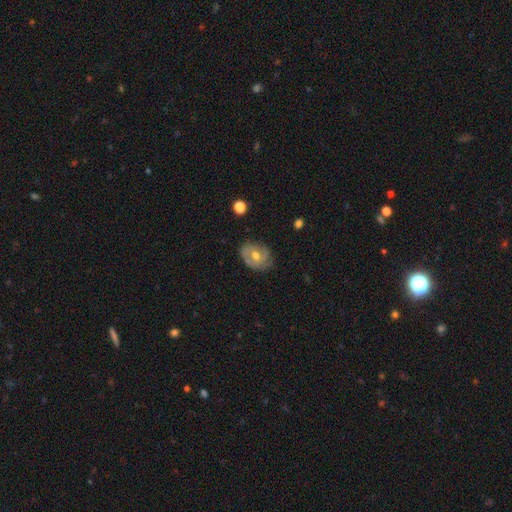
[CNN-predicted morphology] type=featured or disk (60%); edge-on=no (95%); bar=no (67%); spiral arms=yes (66%); bulge=moderate (74%); merging=none (71%).